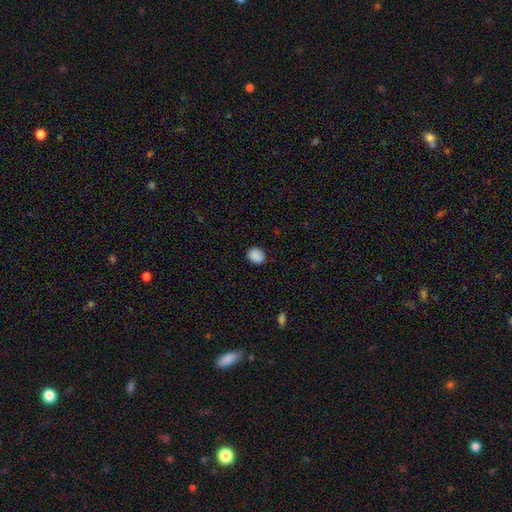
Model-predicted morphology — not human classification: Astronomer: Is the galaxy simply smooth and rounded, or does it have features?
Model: smooth — 88%.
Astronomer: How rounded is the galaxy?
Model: round — 65%.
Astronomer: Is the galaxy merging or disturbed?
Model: none — 86%.